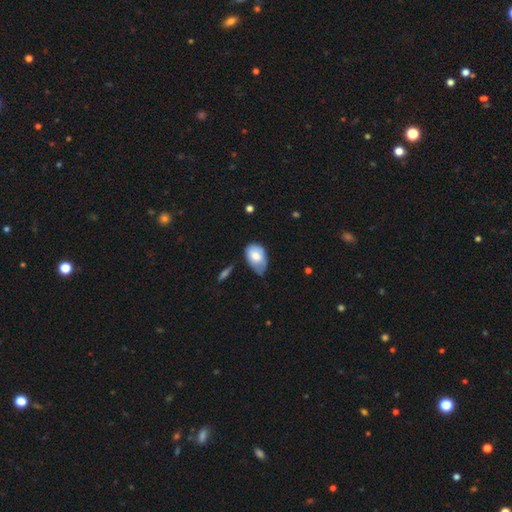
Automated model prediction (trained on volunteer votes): Overall: smooth (70%). How rounded: in between (85%). Merging: minor disturbance (46%; none 33%).